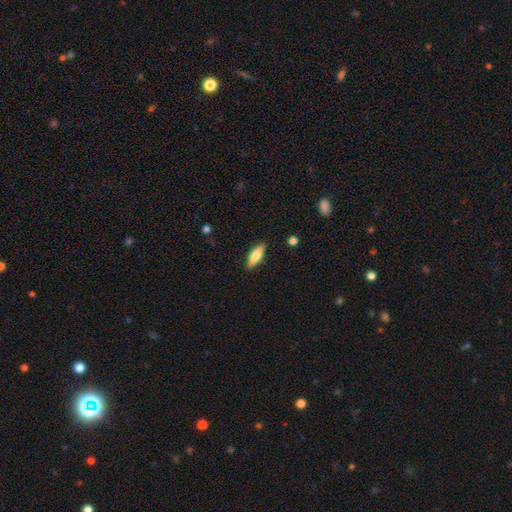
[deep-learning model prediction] Smooth or featured? Predicted: smooth (p=0.65). How rounded? Predicted: in between (p=0.59). Merging? Predicted: none (p=0.88).